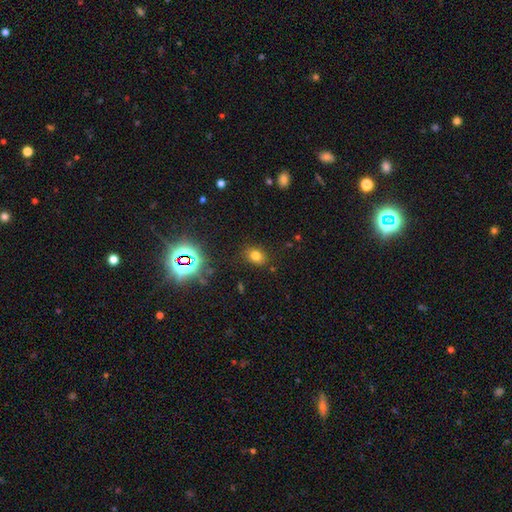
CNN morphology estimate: The model was most divided on "how rounded": in between: 65%, round: 34%, cigar-shaped: 1%. More confident: merging — none (83%); smooth or featured — smooth (72%).